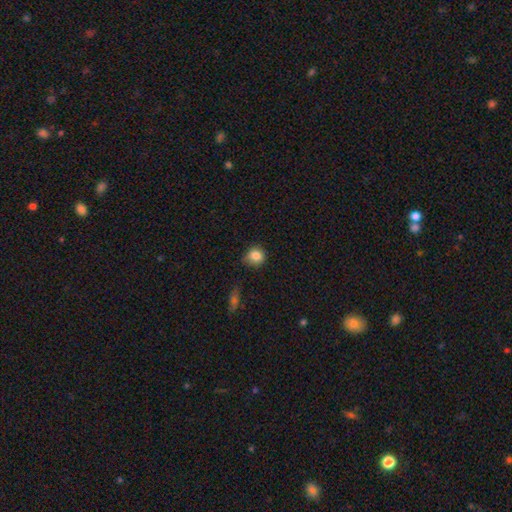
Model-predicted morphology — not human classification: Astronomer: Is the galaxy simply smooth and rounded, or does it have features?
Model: smooth — 84%.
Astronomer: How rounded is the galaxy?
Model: round — 83%.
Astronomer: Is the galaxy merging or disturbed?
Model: none — 76%.